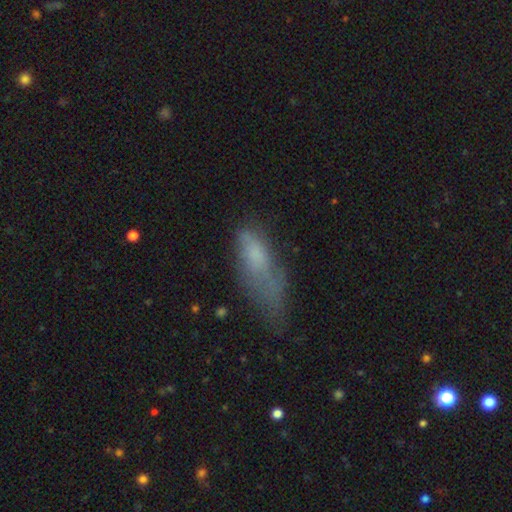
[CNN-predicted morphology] Smooth or featured? smooth (65%)
How rounded? in between (59%)
Merging? major disturbance (34%)